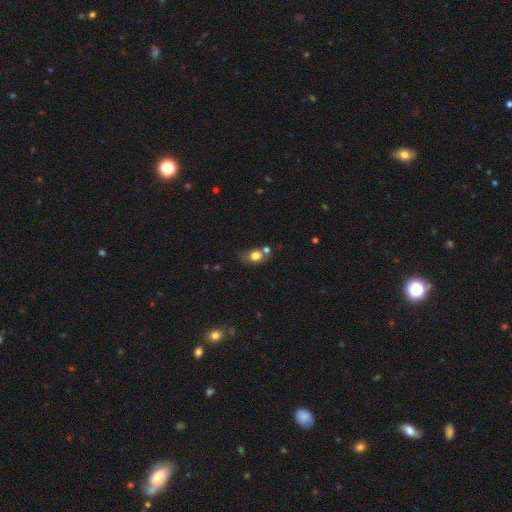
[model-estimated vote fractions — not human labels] Smooth or featured? smooth (75%)
How rounded? round (59%)
Merging? none (47%)